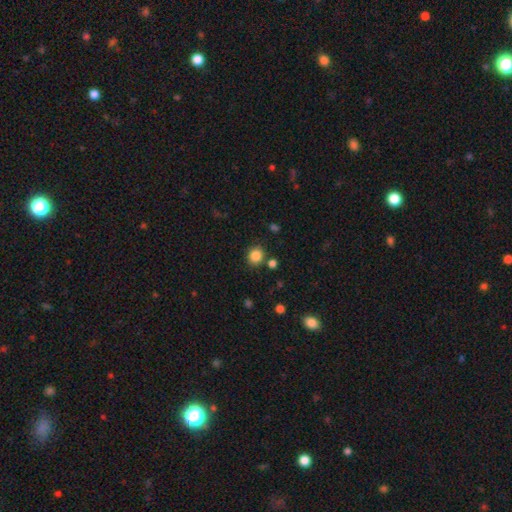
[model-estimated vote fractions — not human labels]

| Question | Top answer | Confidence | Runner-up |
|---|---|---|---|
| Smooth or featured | smooth | 85% | star or artifact (11%) |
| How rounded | round | 80% | in between (19%) |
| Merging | none | 82% | minor disturbance (9%) |